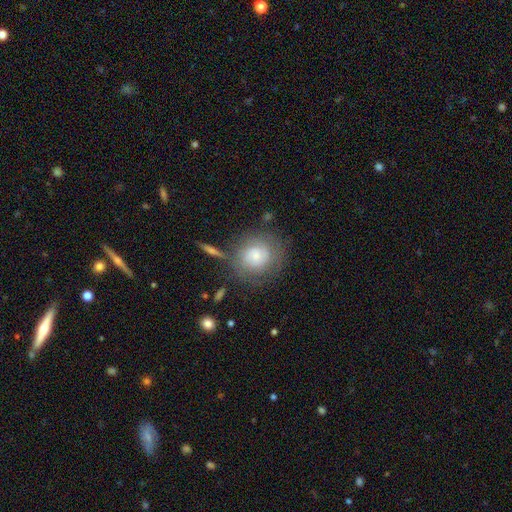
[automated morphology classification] Smooth or featured: smooth — 53% (featured or disk — 39%)
How rounded: round — 83% (in between — 16%)
Merging: none — 68% (minor disturbance — 16%)